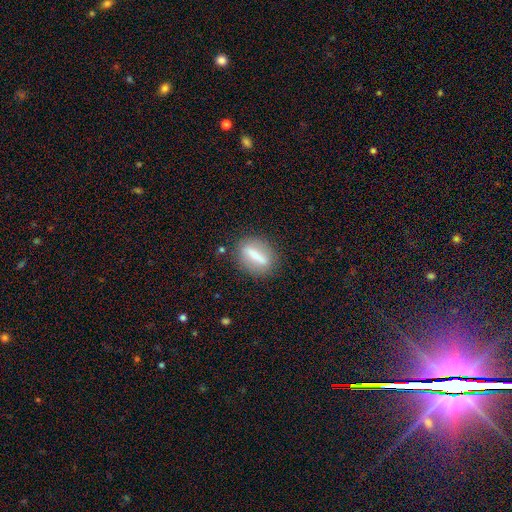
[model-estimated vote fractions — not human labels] Smooth or featured?
  - smooth: 53% *
  - featured or disk: 38%
  - star or artifact: 9%
How rounded?
  - cigar-shaped: 48% *
  - in between: 38%
  - round: 14%
Merging?
  - none: 82% *
  - minor disturbance: 10%
  - major disturbance: 5%
  - merger: 2%